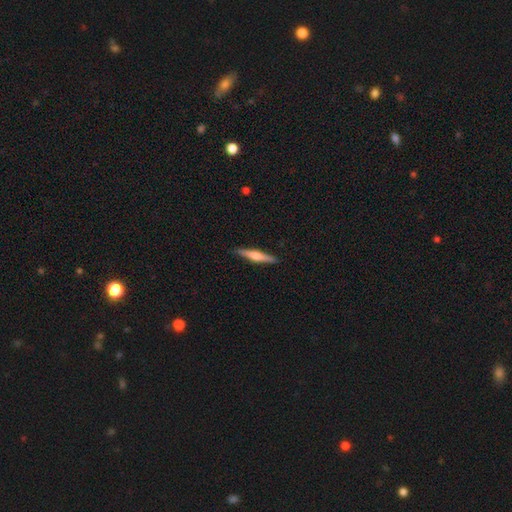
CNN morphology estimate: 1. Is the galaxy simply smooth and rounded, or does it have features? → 56% featured or disk, 38% smooth, 5% star or artifact.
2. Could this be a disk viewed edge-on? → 97% yes, 3% no.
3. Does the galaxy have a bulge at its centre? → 82% rounded, 10% boxy, 7% none.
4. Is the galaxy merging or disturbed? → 91% none, 7% minor disturbance, 1% major disturbance, 1% merger.